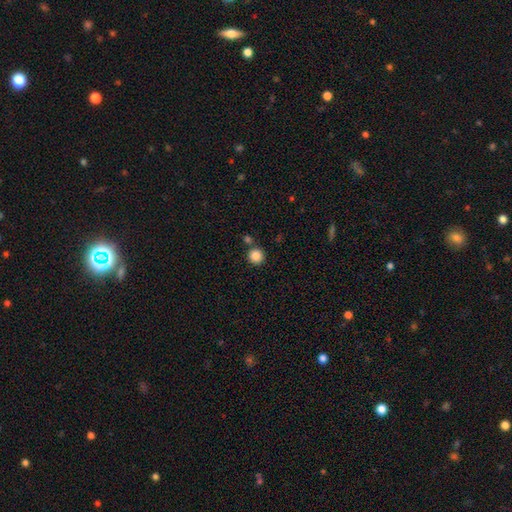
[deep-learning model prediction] Morphology: type=smooth (86%); roundness=round (95%); merging=none (81%).